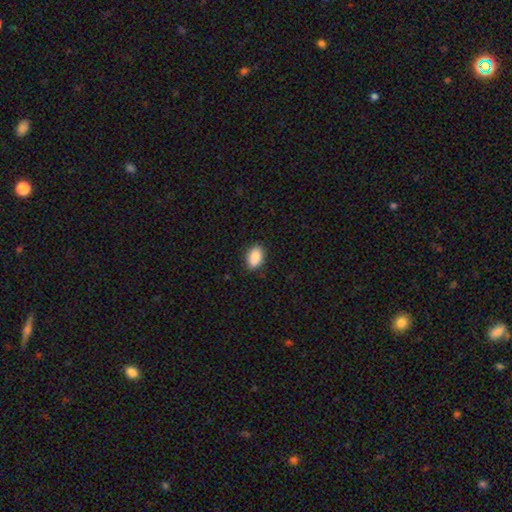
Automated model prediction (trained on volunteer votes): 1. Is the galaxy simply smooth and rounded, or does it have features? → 90% smooth, 7% star or artifact, 3% featured or disk.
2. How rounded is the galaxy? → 90% in between, 8% round, 2% cigar-shaped.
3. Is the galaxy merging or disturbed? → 87% none, 10% minor disturbance, 2% major disturbance, 1% merger.